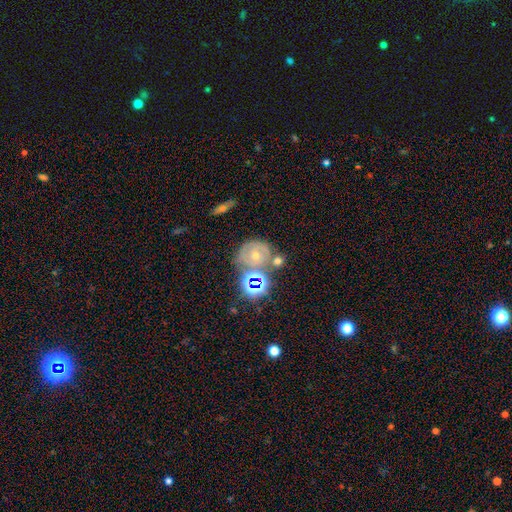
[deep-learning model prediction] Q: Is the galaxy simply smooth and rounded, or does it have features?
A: featured or disk — 46%.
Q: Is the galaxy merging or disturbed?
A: none — 53%.